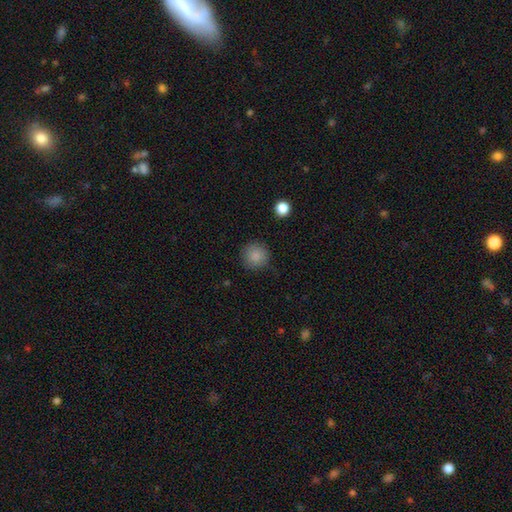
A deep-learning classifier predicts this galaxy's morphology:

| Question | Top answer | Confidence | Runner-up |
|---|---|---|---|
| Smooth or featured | smooth | 87% | star or artifact (9%) |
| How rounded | round | 94% | in between (5%) |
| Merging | none | 87% | minor disturbance (9%) |